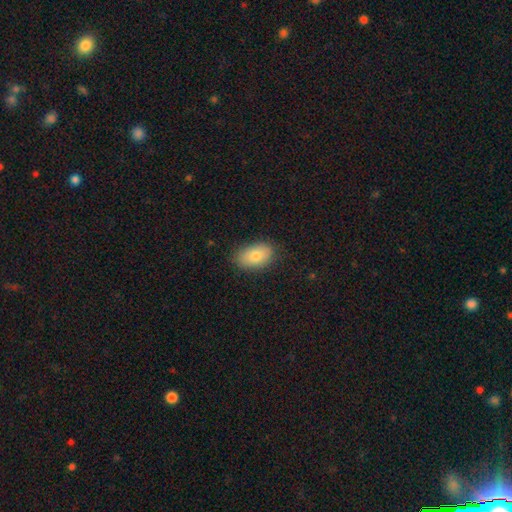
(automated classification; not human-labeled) smooth_or_featured: smooth (p=0.80) [alt: featured or disk p=0.12]
how_rounded: in between (p=0.90) [alt: round p=0.08]
merging: none (p=0.85) [alt: minor disturbance p=0.12]